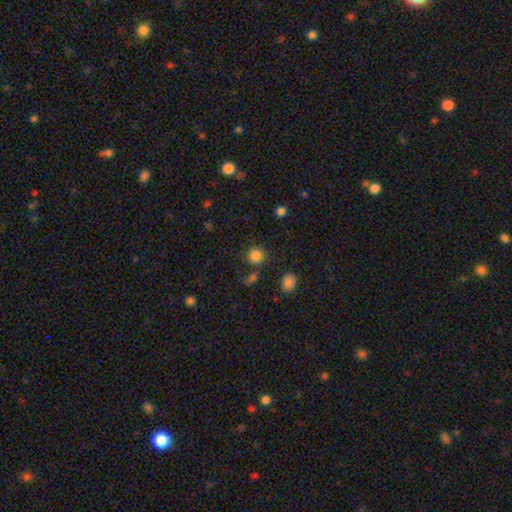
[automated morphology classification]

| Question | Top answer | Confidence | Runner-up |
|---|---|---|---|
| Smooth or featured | smooth | 84% | star or artifact (12%) |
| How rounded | round | 88% | in between (11%) |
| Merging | none | 80% | minor disturbance (10%) |